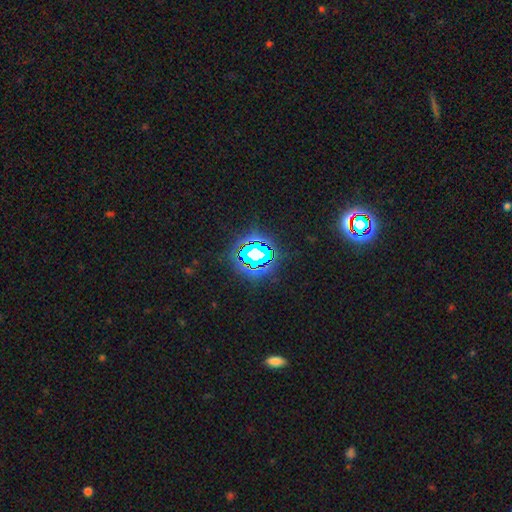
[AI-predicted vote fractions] Smooth or featured: star or artifact — 72% (smooth — 16%)